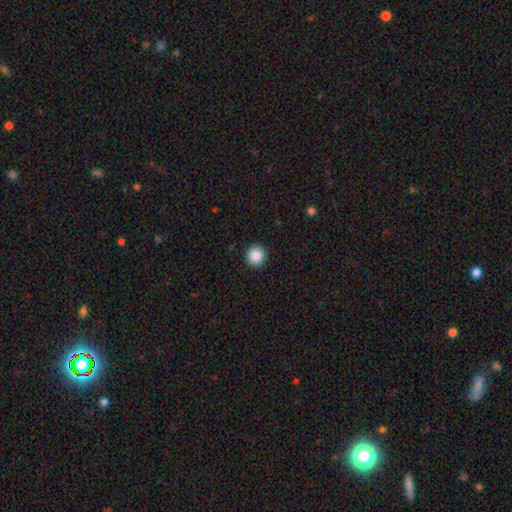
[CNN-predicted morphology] Smooth or featured?
  - smooth: 87% *
  - star or artifact: 9%
  - featured or disk: 3%
How rounded?
  - round: 94% *
  - in between: 5%
  - cigar-shaped: 1%
Merging?
  - none: 93% *
  - minor disturbance: 5%
  - major disturbance: 2%
  - merger: 1%